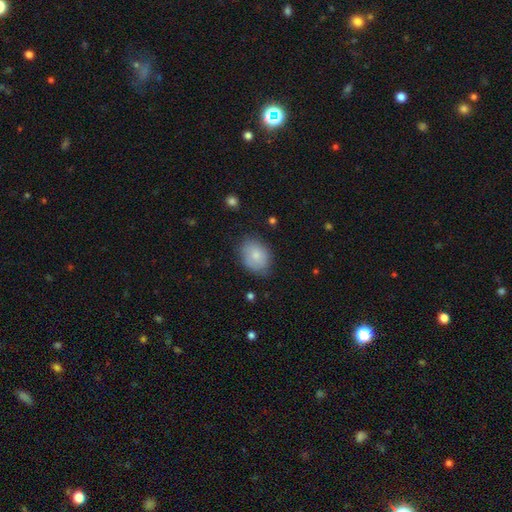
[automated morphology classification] Smooth or featured? smooth (76%)
How rounded? in between (64%)
Merging? none (74%)